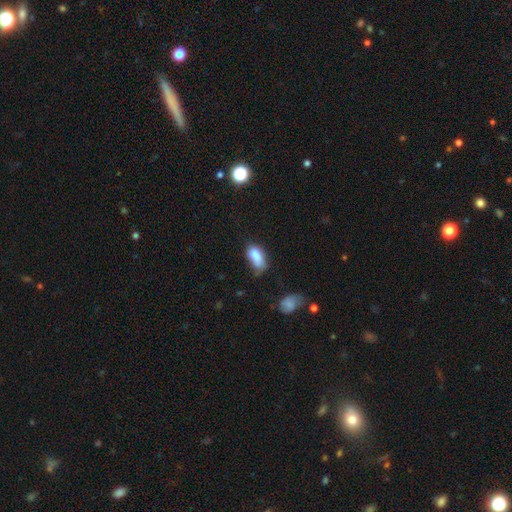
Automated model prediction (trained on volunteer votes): This is likely a smooth galaxy (79%). How rounded: clearly in between (89%). Merging: marginally minor disturbance (36%).